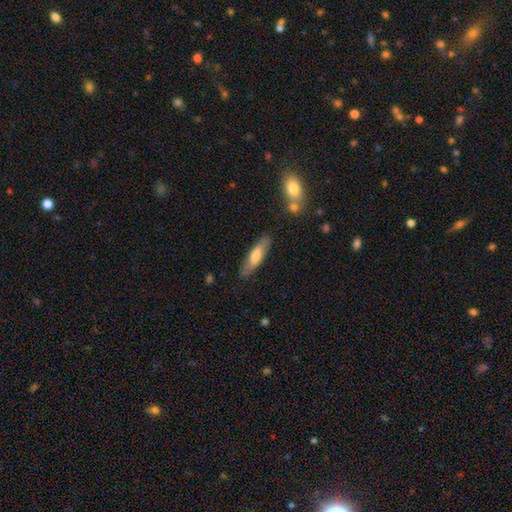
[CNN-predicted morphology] smooth_or_featured: smooth (p=0.56) [alt: featured or disk p=0.37]
how_rounded: cigar-shaped (p=0.66) [alt: in between p=0.32]
merging: none (p=0.81) [alt: minor disturbance p=0.14]